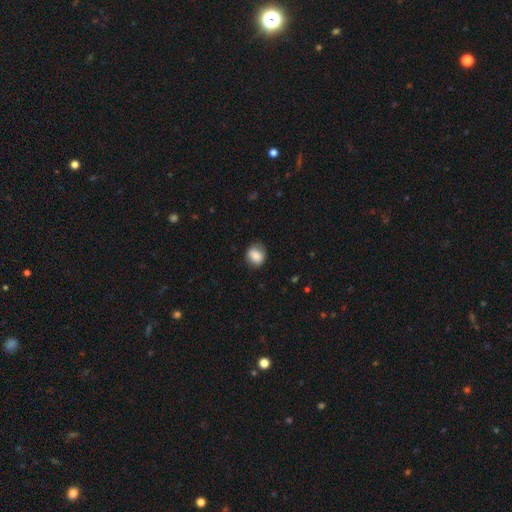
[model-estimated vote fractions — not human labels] This is clearly a smooth galaxy (82%). How rounded: possibly round (60%). Merging: likely none (74%).